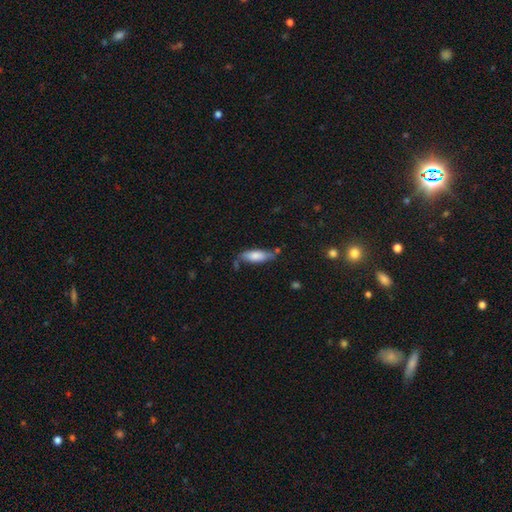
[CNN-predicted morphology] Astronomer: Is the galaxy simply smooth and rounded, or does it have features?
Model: smooth — 76%.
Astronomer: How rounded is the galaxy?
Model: in between — 58% (runner-up: cigar-shaped, 40%).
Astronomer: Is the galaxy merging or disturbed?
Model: none — 65%.